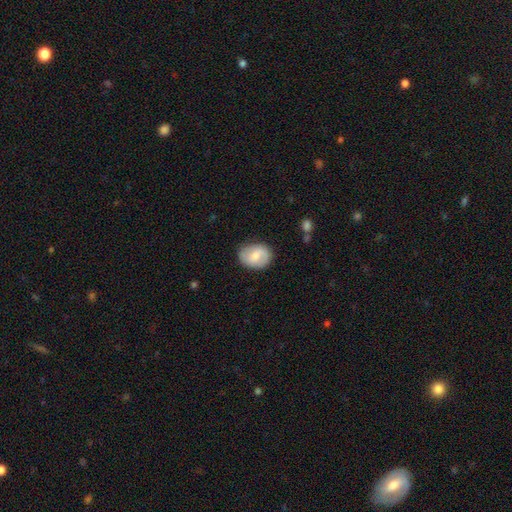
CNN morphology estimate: type=smooth (55%); roundness=in between (56%); merging=none (76%).